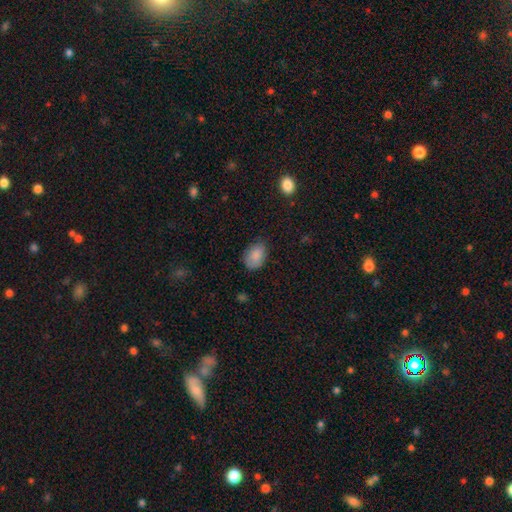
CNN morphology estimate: smooth_or_featured: smooth (p=0.86) [alt: star or artifact p=0.07]
how_rounded: in between (p=0.81) [alt: round p=0.18]
merging: none (p=0.74) [alt: minor disturbance p=0.21]